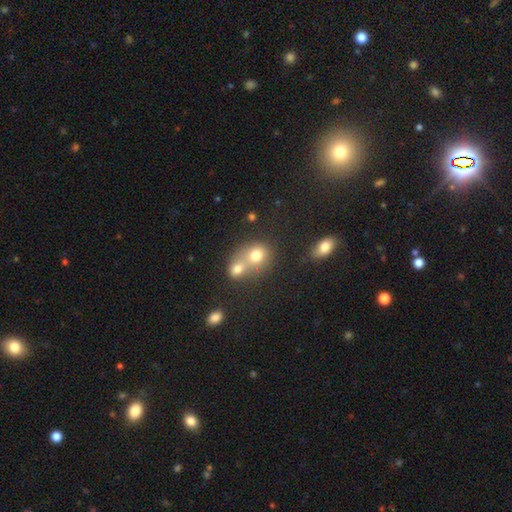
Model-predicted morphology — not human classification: Q: Smooth or featured?
A: smooth (73%); runner-up: featured or disk (14%)
Q: How rounded?
A: round (67%); runner-up: in between (32%)
Q: Merging?
A: merger (62%); runner-up: none (27%)